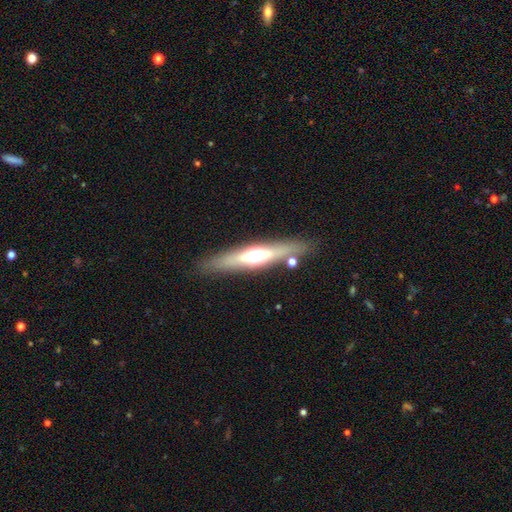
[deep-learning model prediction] Smooth or featured? featured or disk (59%)
Edge-on disk? yes (90%)
Edge-on bulge? rounded (91%)
Merging? none (82%)